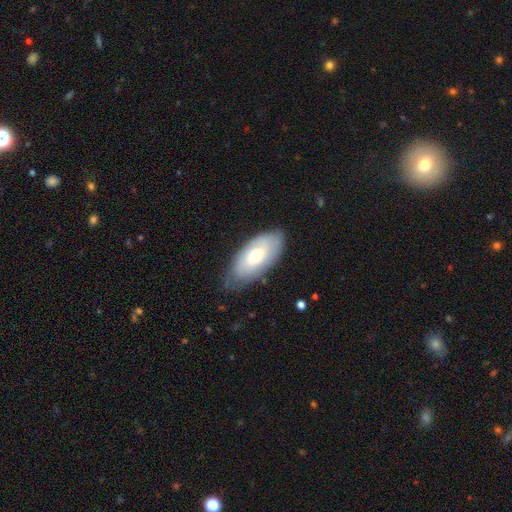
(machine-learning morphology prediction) type=smooth (52%); roundness=in between (89%); merging=none (75%).